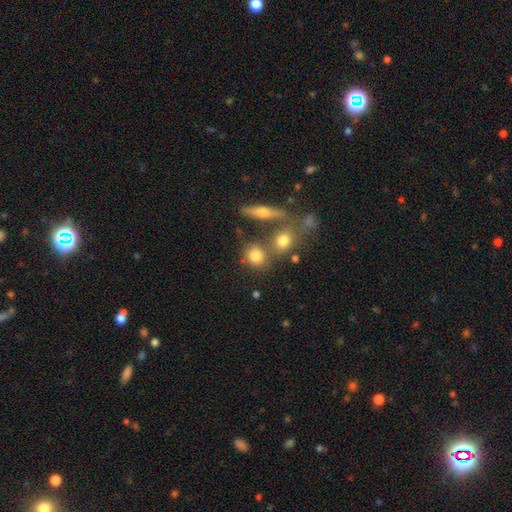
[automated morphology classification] This appears to be a smooth galaxy with no disk features (76%) that is round (74%). Merging: none (54%).